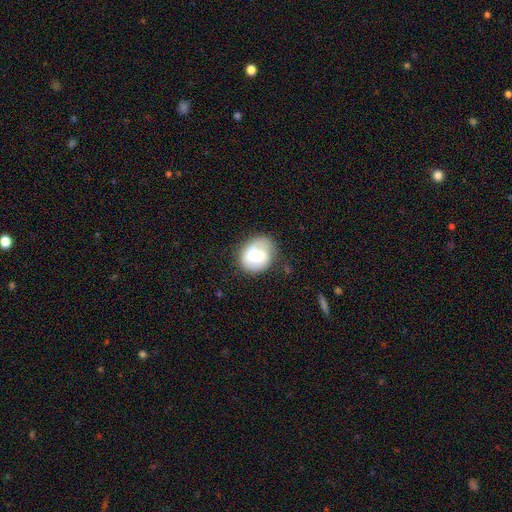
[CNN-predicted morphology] Smooth or featured? smooth (55%)
How rounded? round (66%)
Merging? none (65%)